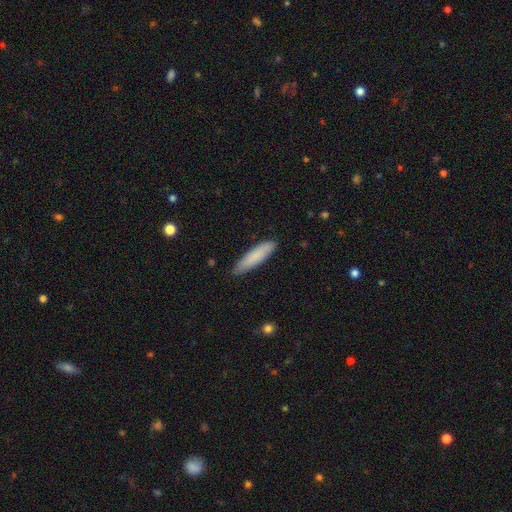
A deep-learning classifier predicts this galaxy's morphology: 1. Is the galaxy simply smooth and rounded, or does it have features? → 84% smooth, 11% featured or disk, 6% star or artifact.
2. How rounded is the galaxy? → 76% cigar-shaped, 23% in between, 1% round.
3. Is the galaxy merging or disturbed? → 84% none, 13% minor disturbance, 2% major disturbance, 1% merger.